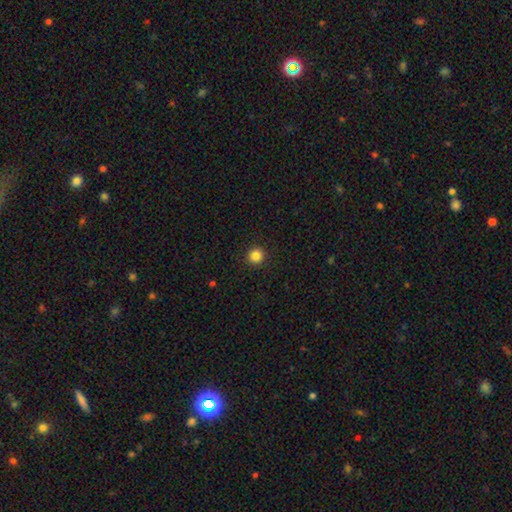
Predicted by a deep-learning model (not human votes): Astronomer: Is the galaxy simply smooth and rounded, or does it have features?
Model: smooth — 84%.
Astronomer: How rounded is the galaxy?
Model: round — 95%.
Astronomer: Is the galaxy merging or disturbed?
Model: none — 93%.